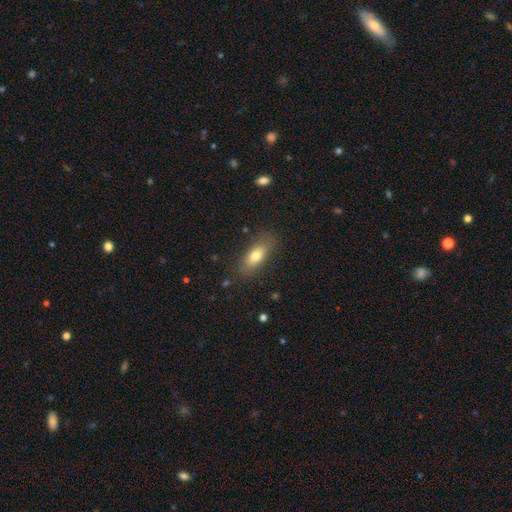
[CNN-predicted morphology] Overall: smooth (75%). How rounded: in between (75%). Merging: none (82%).